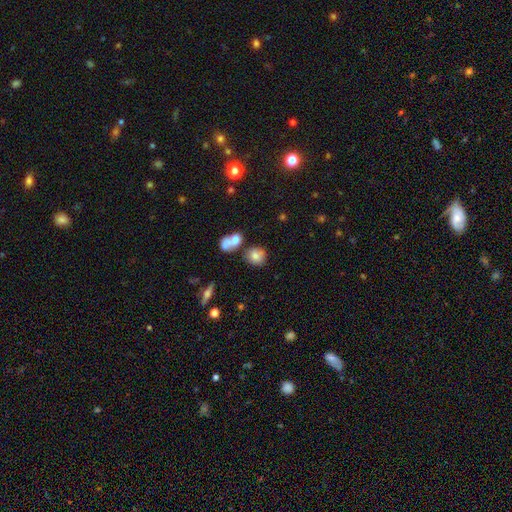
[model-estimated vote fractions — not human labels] smooth 75%, featured or disk 13%, star or artifact 12%. Down the decision tree: how rounded — round (80%); merging — none (64%).